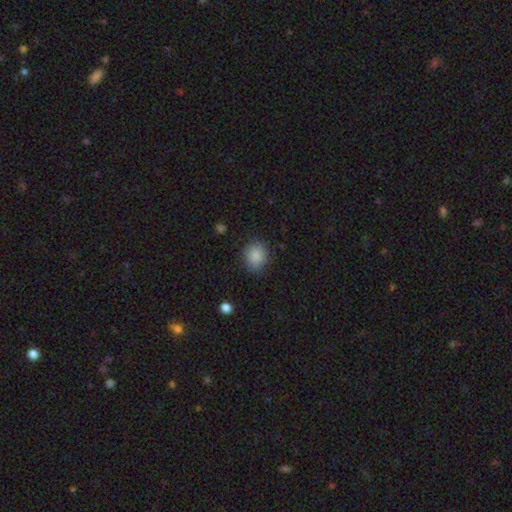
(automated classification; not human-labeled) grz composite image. It shows a smooth galaxy with no disk features (87%) that is round (73%). Merging: none (83%).